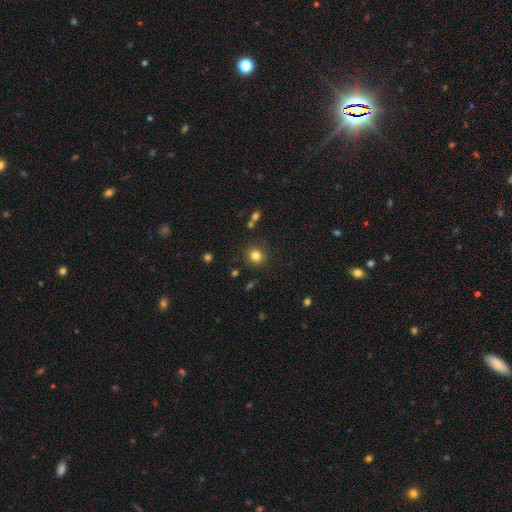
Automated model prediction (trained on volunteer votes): This appears to be a smooth galaxy with no disk features (81%) that is round (86%). Merging: none (87%).